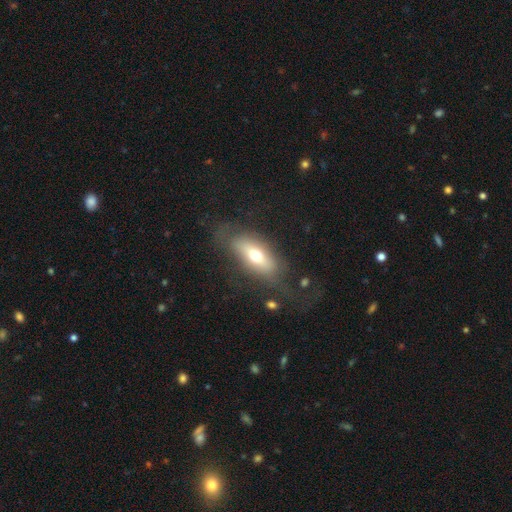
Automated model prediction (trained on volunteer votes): Q: Smooth or featured?
A: smooth (57%); runner-up: featured or disk (35%)
Q: How rounded?
A: in between (76%); runner-up: cigar-shaped (20%)
Q: Merging?
A: none (58%); runner-up: major disturbance (20%)